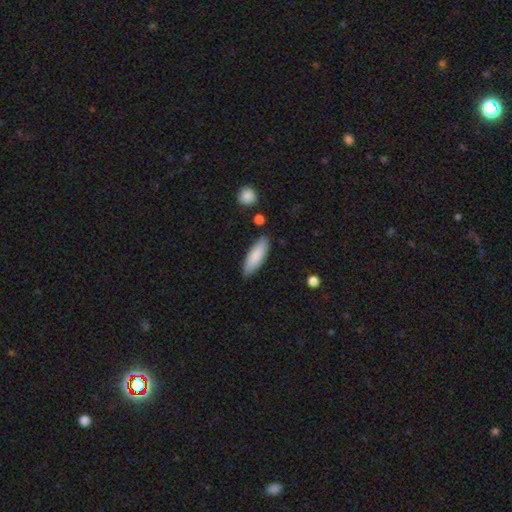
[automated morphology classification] Smooth or featured?
  - smooth: 86% *
  - featured or disk: 9%
  - star or artifact: 5%
How rounded?
  - in between: 51% *
  - cigar-shaped: 48%
  - round: 2%
Merging?
  - none: 87% *
  - minor disturbance: 9%
  - merger: 2%
  - major disturbance: 2%